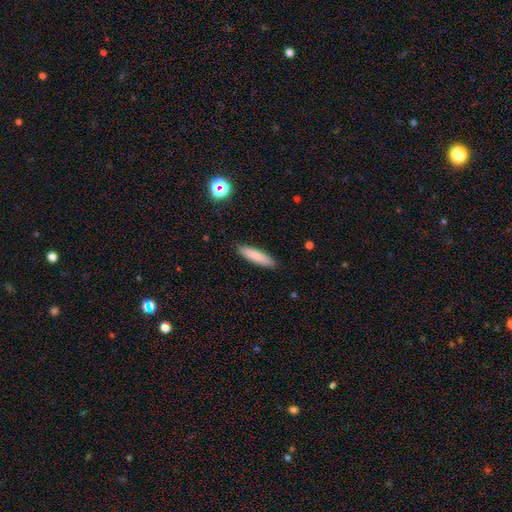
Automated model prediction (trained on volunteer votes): Overall: smooth (84%). How rounded: cigar-shaped (77%). Merging: none (90%).